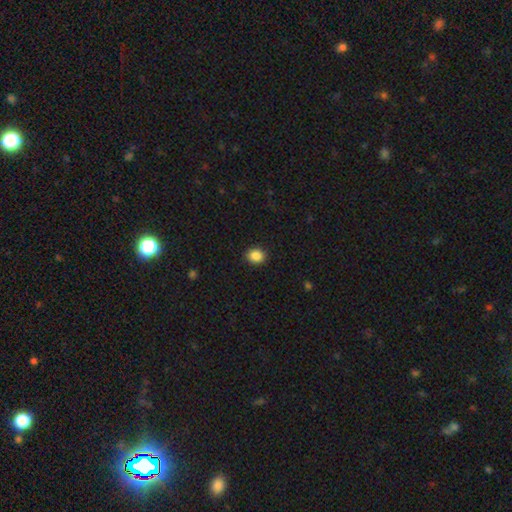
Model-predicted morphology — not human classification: Smooth or featured? smooth (87%)
How rounded? round (64%)
Merging? none (91%)